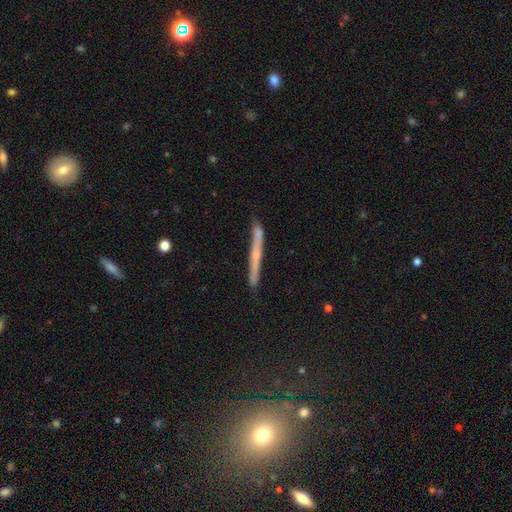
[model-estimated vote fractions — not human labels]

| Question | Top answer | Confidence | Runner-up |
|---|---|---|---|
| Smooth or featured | featured or disk | 55% | smooth (37%) |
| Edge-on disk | yes | 95% | no (5%) |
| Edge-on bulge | none | 60% | rounded (32%) |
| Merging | none | 83% | minor disturbance (13%) |